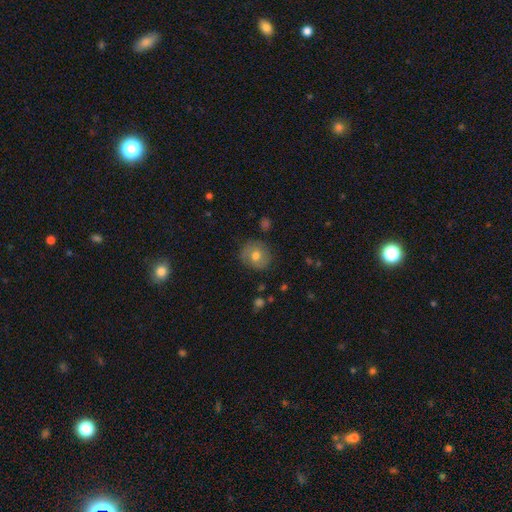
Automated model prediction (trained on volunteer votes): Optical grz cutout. It shows a smooth galaxy with no disk features (67%) that is round (85%). Merging: none (82%).